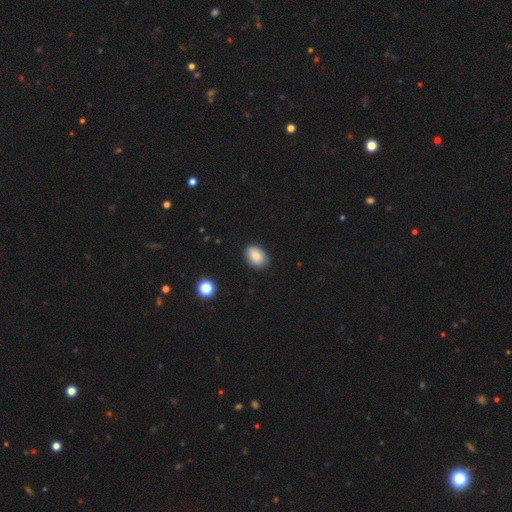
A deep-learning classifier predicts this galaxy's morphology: Q: Smooth or featured?
A: smooth (85%); runner-up: star or artifact (8%)
Q: How rounded?
A: in between (82%); runner-up: round (17%)
Q: Merging?
A: none (84%); runner-up: minor disturbance (12%)